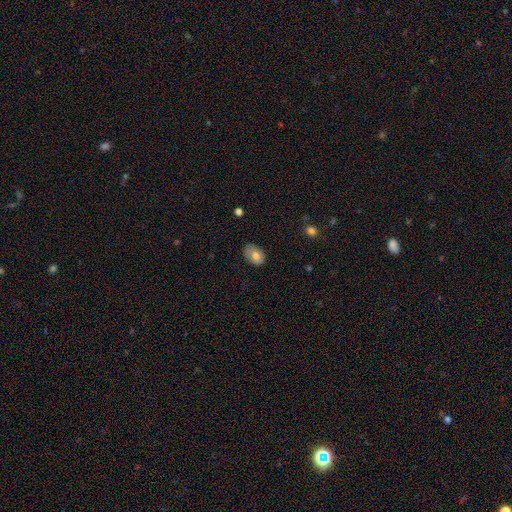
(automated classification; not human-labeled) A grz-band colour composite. It shows a smooth galaxy with no disk features (74%) that is in between round and cigar-shaped (81%). Merging: none (68%).